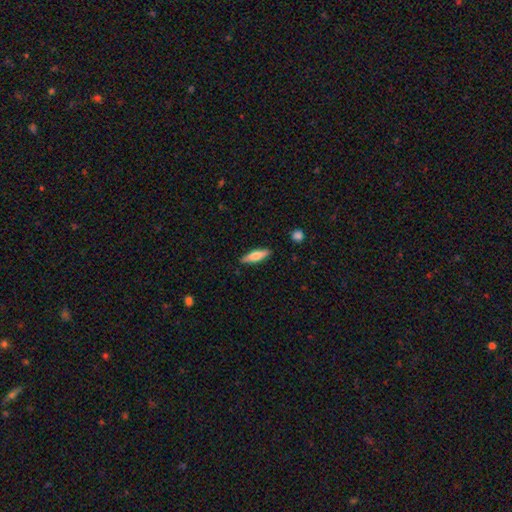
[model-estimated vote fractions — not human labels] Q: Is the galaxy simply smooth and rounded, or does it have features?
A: smooth — 64%.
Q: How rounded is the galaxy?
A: cigar-shaped — 62%.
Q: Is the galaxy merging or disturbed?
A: none — 87%.